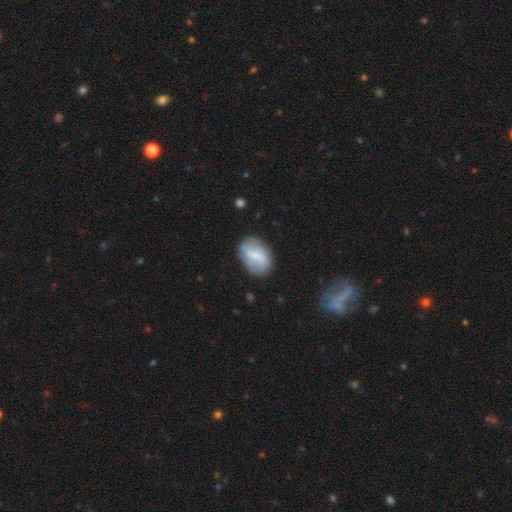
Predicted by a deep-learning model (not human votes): This appears to be a smooth galaxy with no disk features (48%). Merging: none (71%).